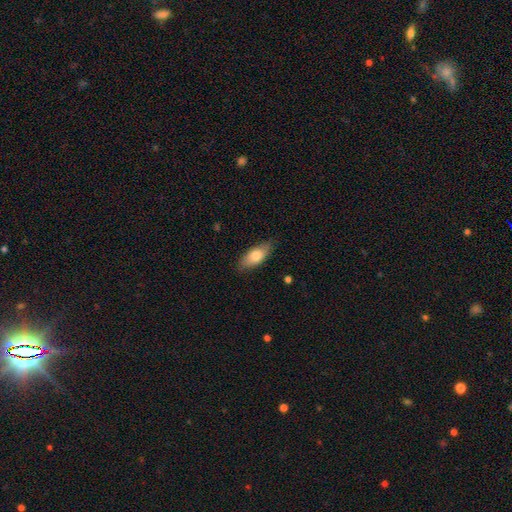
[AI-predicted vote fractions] Smooth or featured? Predicted: smooth (p=0.75). How rounded? Predicted: in between (p=0.83). Merging? Predicted: none (p=0.82).